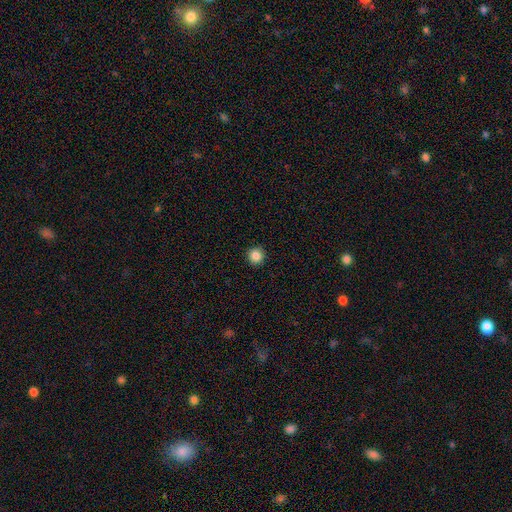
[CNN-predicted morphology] The model was most divided on "smooth or featured": smooth: 85%, star or artifact: 10%, featured or disk: 4%. More confident: how rounded — round (95%); merging — none (93%).